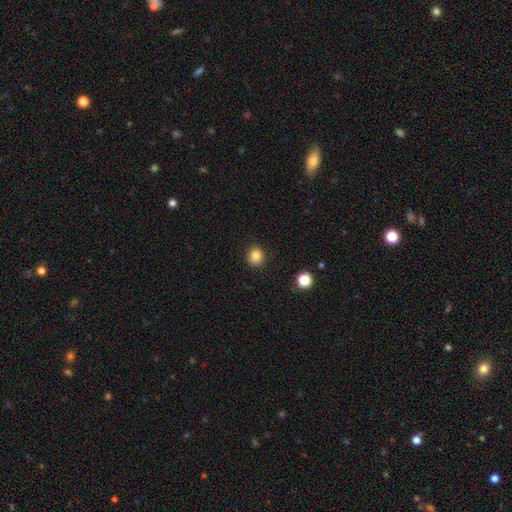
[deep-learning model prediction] A smooth galaxy with no disk features (84%) that is round (79%).

Vote fractions:
- Smooth or featured? smooth: 84% / star or artifact: 11% / featured or disk: 5%
- How rounded? round: 79% / in between: 20% / cigar-shaped: 1%
- Merging? none: 90% / minor disturbance: 7% / major disturbance: 2% / merger: 1%